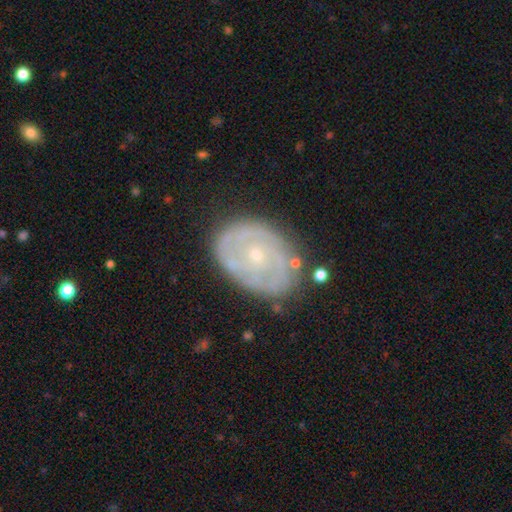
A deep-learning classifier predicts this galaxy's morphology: This is likely a featured or disk galaxy (75%). It is clearly not viewed edge-on (96%). Bar: likely no (78%). Spiral arm pattern: likely yes (77%). Spiral arm count: marginally can't tell (41%). Spiral winding: likely tight (67%). Central bulge: likely small (76%). Merging: likely none (73%).